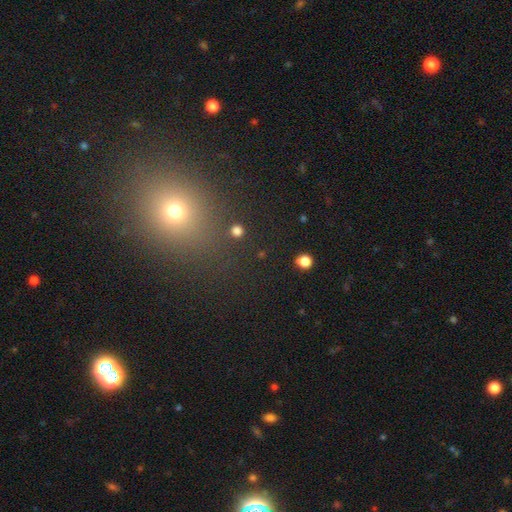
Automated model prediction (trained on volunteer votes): Overall: smooth (55%; star or artifact 37%). How rounded: round (61%; in between 37%). Merging: none (88%).